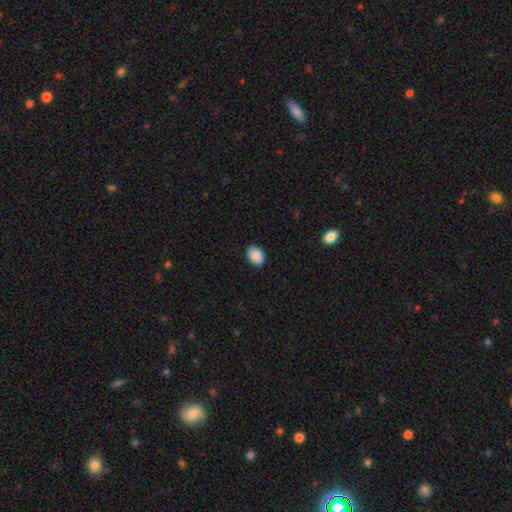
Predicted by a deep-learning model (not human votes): Morphology: type=smooth (90%); roundness=in between (78%); merging=none (88%).